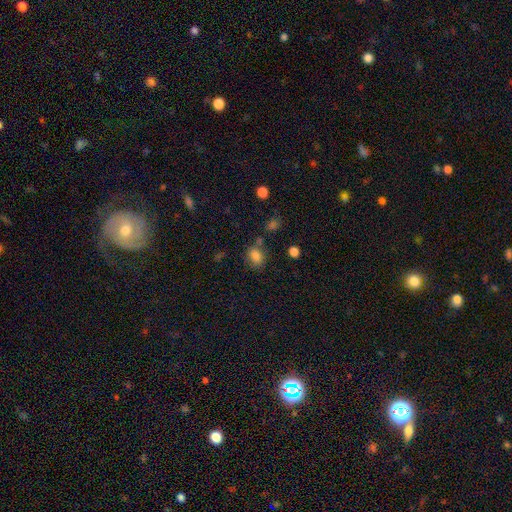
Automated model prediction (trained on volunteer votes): A smooth galaxy with no disk features (82%) that is in between round and cigar-shaped (57%). Merging: none (67%).